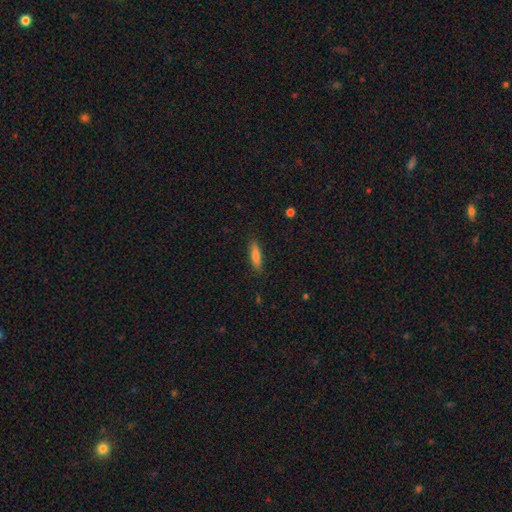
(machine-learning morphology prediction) Smooth or featured? smooth (76%)
How rounded? cigar-shaped (70%)
Merging? none (87%)